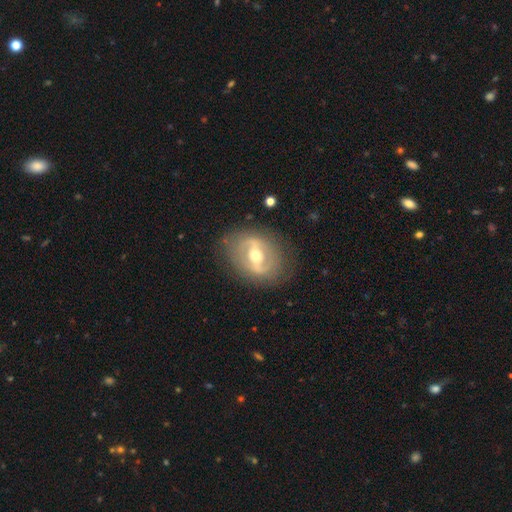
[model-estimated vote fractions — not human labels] Smooth or featured?
  - featured or disk: 77% *
  - smooth: 17%
  - star or artifact: 6%
Edge-on disk?
  - no: 93% *
  - yes: 7%
Bar?
  - strong: 56% *
  - weak: 32%
  - no: 13%
Spiral arms?
  - yes: 56% *
  - no: 44%
Bulge size?
  - moderate: 71% *
  - small: 21%
  - large: 7%
  - dominant: 1%
  - none: 1%
Merging?
  - none: 77% *
  - minor disturbance: 14%
  - major disturbance: 7%
  - merger: 1%